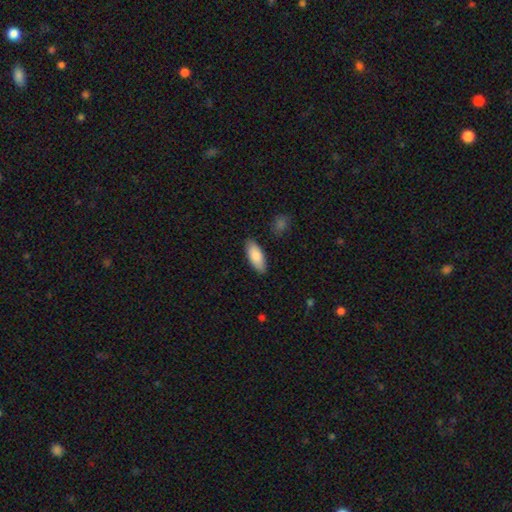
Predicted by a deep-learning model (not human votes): A smooth galaxy with no disk features (86%) that is in between round and cigar-shaped (81%).

Vote fractions:
- Smooth or featured? smooth: 86% / featured or disk: 8% / star or artifact: 6%
- How rounded? in between: 81% / cigar-shaped: 17% / round: 2%
- Merging? none: 87% / minor disturbance: 9% / major disturbance: 2% / merger: 2%